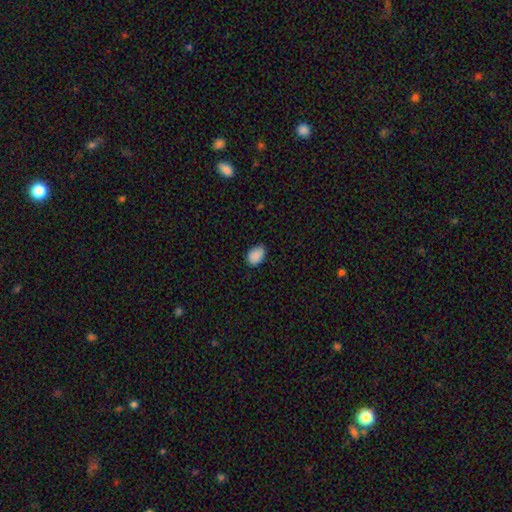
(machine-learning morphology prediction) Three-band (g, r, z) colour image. It shows a smooth galaxy with no disk features (89%) that is in between round and cigar-shaped (85%). Merging: none (79%).